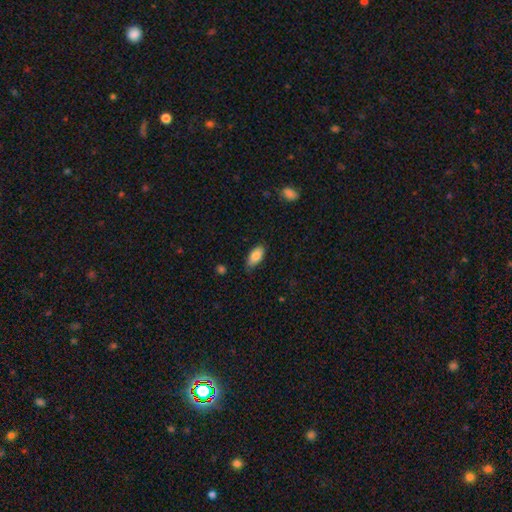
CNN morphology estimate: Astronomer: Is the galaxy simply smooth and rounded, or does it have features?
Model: smooth — 84%.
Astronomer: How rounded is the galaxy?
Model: in between — 90%.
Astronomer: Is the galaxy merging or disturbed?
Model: none — 78%.